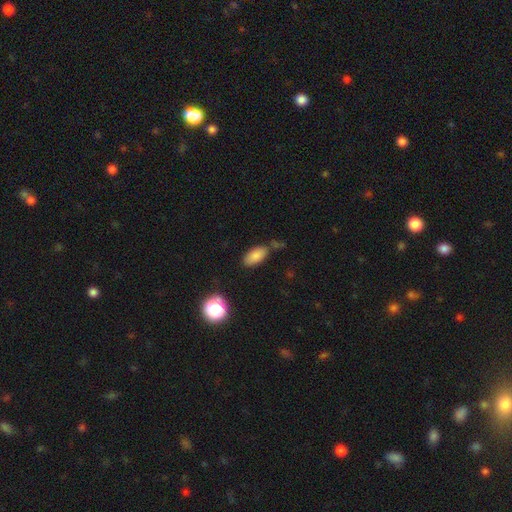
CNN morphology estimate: A smooth galaxy with no disk features (82%) that is in between round and cigar-shaped (90%).

Vote fractions:
- Smooth or featured? smooth: 82% / star or artifact: 11% / featured or disk: 7%
- How rounded? in between: 90% / cigar-shaped: 6% / round: 4%
- Merging? none: 69% / minor disturbance: 17% / merger: 10% / major disturbance: 5%